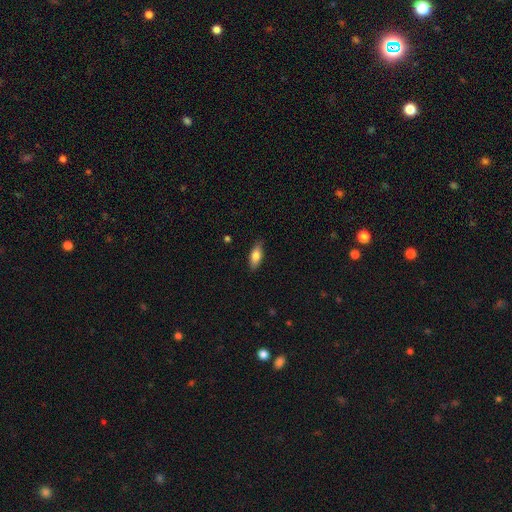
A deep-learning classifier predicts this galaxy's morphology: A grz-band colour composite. It shows a smooth galaxy with no disk features (78%) that is in between round and cigar-shaped (78%). Merging: none (85%).